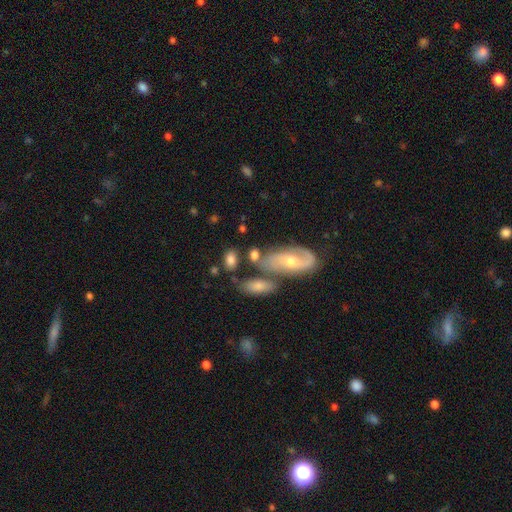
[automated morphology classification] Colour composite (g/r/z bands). It shows a featured or disk galaxy (58%) with no bar (65%), spiral arms (76%) and a moderate central bulge (60%). Merging: none (49%).